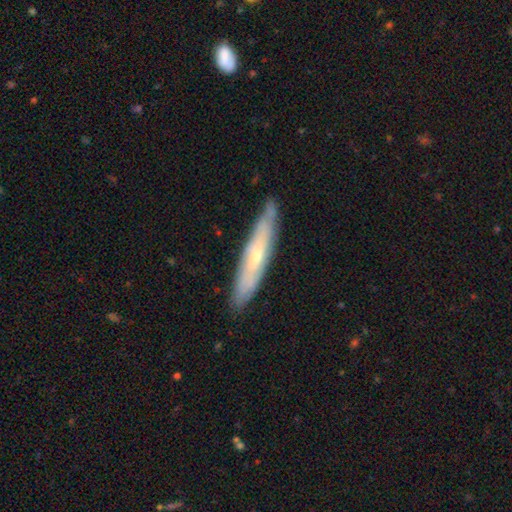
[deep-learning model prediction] Smooth or featured: featured or disk — 59% (smooth — 35%)
Edge-on disk: yes — 68% (no — 32%)
Merging: none — 83% (minor disturbance — 14%)